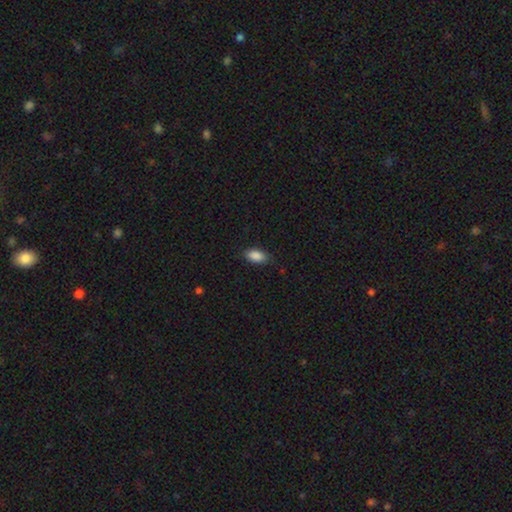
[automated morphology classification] Overall: smooth (89%). How rounded: in between (92%). Merging: none (83%).